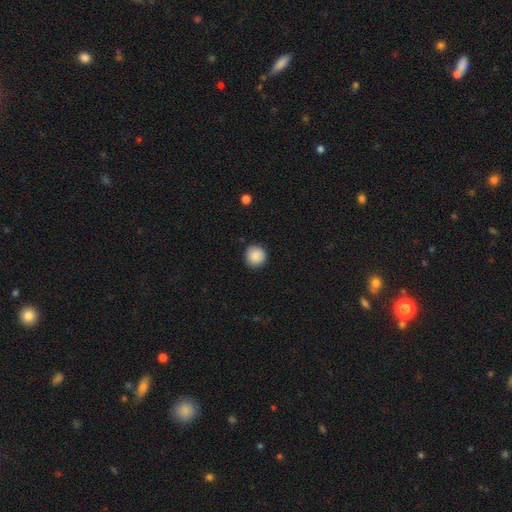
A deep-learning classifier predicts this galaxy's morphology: smooth-or-featured: smooth: 88% | star or artifact: 8% | featured or disk: 3%
  how-rounded: round: 94% | in between: 5% | cigar-shaped: 1%
  merging: none: 91% | minor disturbance: 7% | major disturbance: 2% | merger: 1%